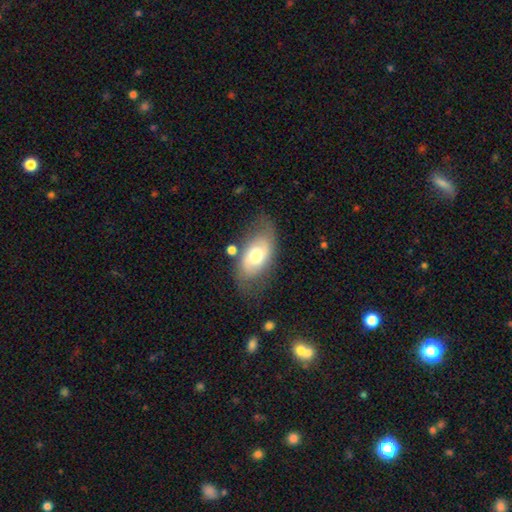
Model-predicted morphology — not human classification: Smooth or featured: smooth — 50% (featured or disk — 42%)
How rounded: in between — 89% (round — 8%)
Merging: none — 60% (minor disturbance — 23%)